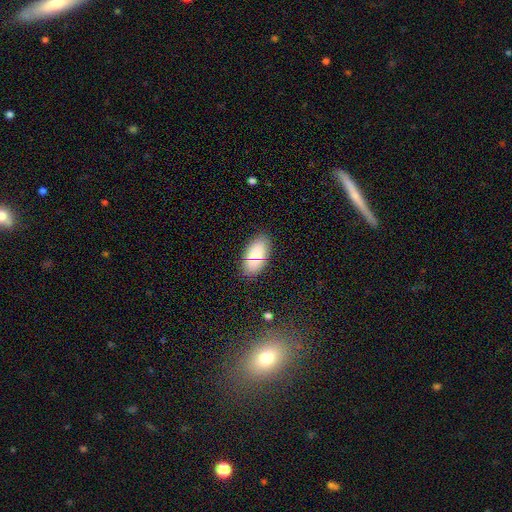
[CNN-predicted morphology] This is likely a smooth galaxy (79%). How rounded: clearly in between (92%). Merging: clearly none (85%).